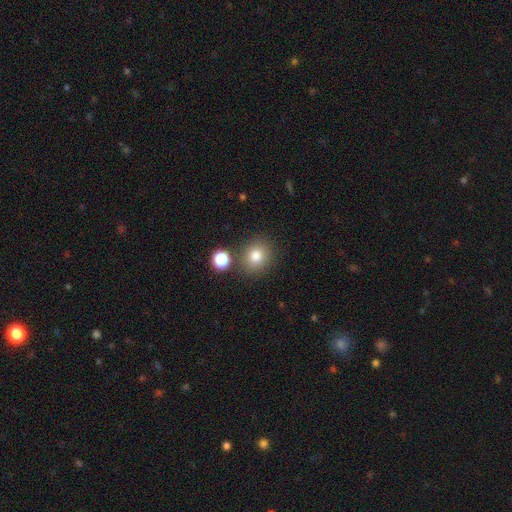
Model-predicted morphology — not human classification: Smooth or featured? smooth (79%)
How rounded? round (81%)
Merging? none (81%)